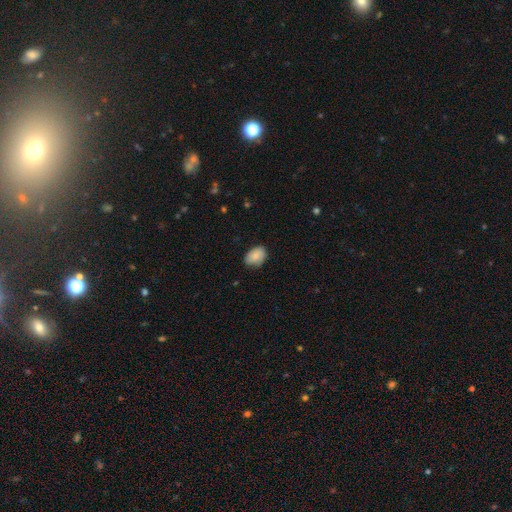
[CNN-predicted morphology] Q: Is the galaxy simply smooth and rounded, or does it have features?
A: smooth — 85%.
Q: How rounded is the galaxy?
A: in between — 78%.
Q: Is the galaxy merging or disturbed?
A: none — 71%.